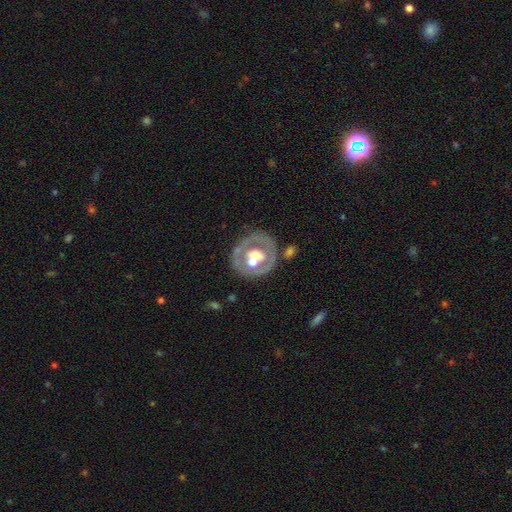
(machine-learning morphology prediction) The model was most divided on "smooth or featured": featured or disk: 63%, smooth: 30%, star or artifact: 6%. More confident: edge-on disk — no (95%); spiral arms — no (86%); bar — no (76%); bulge size — moderate (62%); merging — none (59%).